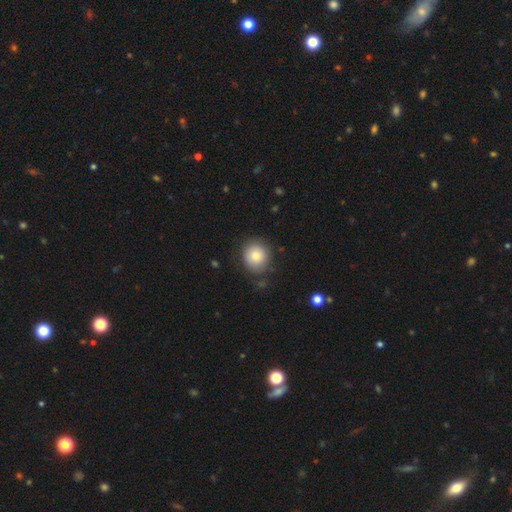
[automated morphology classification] Q: Smooth or featured?
A: smooth (80%); runner-up: featured or disk (11%)
Q: How rounded?
A: round (86%); runner-up: in between (13%)
Q: Merging?
A: none (80%); runner-up: minor disturbance (14%)